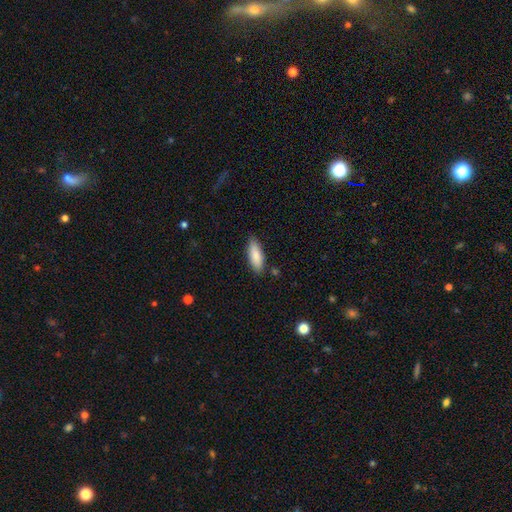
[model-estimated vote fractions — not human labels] The model was most divided on "how rounded": in between: 66%, cigar-shaped: 33%, round: 2%. More confident: smooth or featured — smooth (84%); merging — none (82%).